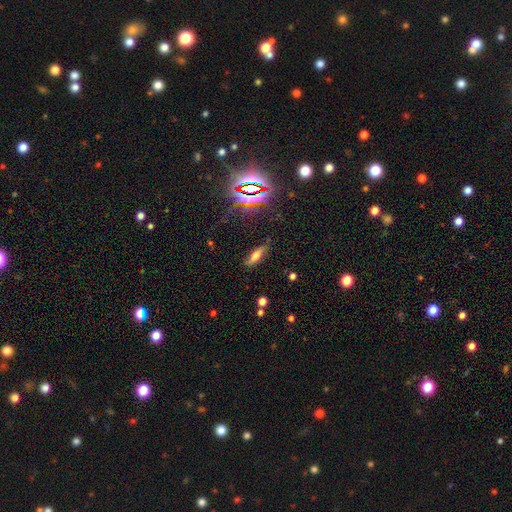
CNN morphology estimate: smooth_or_featured: smooth (p=0.52) [alt: featured or disk p=0.28]
how_rounded: cigar-shaped (p=0.49) [alt: in between p=0.47]
merging: none (p=0.76) [alt: minor disturbance p=0.17]